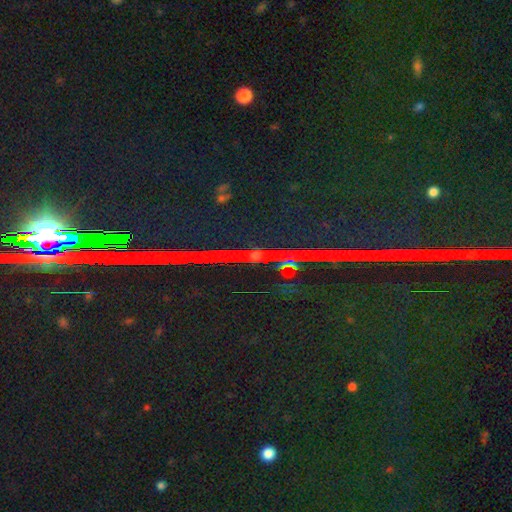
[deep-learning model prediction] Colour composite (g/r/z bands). It shows a star or artifact, not a galaxy (88%).